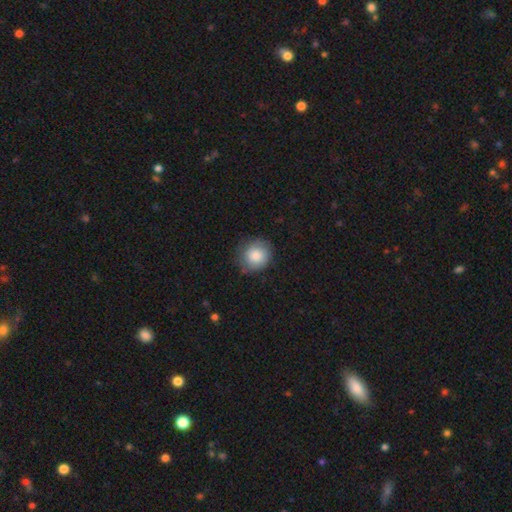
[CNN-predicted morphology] smooth-or-featured: smooth: 83% | featured or disk: 10% | star or artifact: 7%
  how-rounded: round: 83% | in between: 16% | cigar-shaped: 1%
  merging: none: 76% | minor disturbance: 19% | major disturbance: 4% | merger: 1%